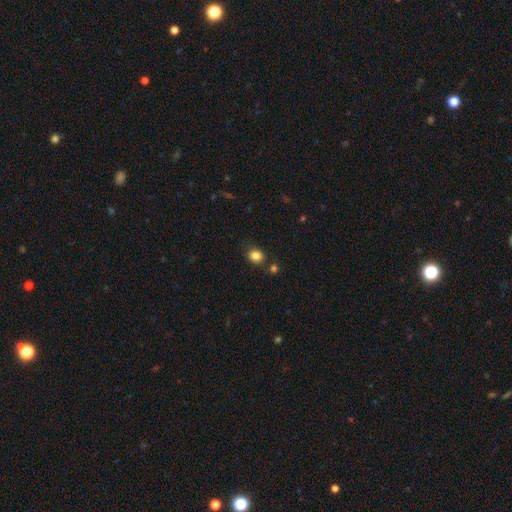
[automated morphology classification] This is clearly a smooth galaxy (83%). How rounded: likely round (61%). Merging: likely none (78%).